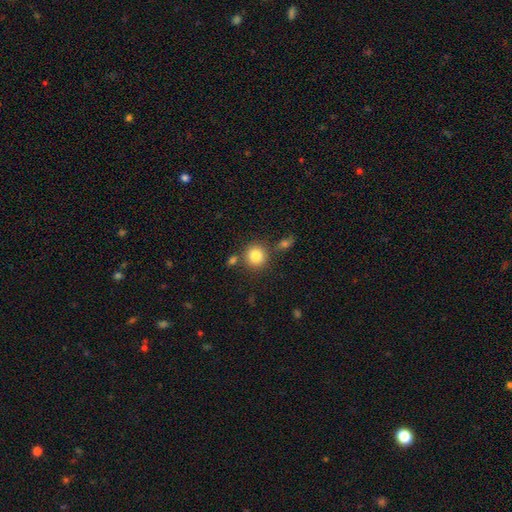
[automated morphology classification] smooth_or_featured: smooth (p=0.83) [alt: star or artifact p=0.10]
how_rounded: round (p=0.90) [alt: in between p=0.09]
merging: none (p=0.75) [alt: merger p=0.12]